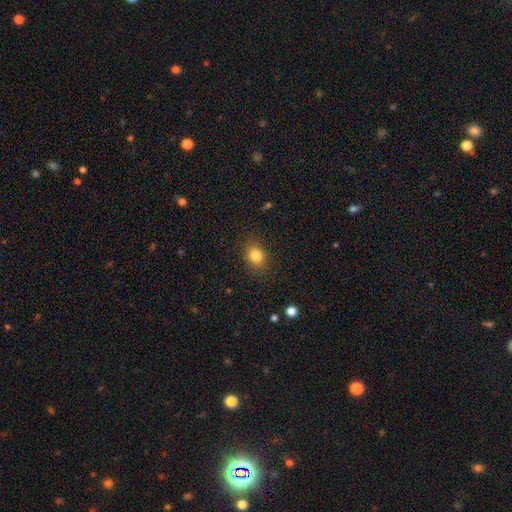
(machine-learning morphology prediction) A smooth galaxy with no disk features (82%) that is round (52%).

Vote fractions:
- Smooth or featured? smooth: 82% / star or artifact: 11% / featured or disk: 7%
- How rounded? round: 52% / in between: 46% / cigar-shaped: 1%
- Merging? none: 86% / minor disturbance: 10% / major disturbance: 3% / merger: 1%